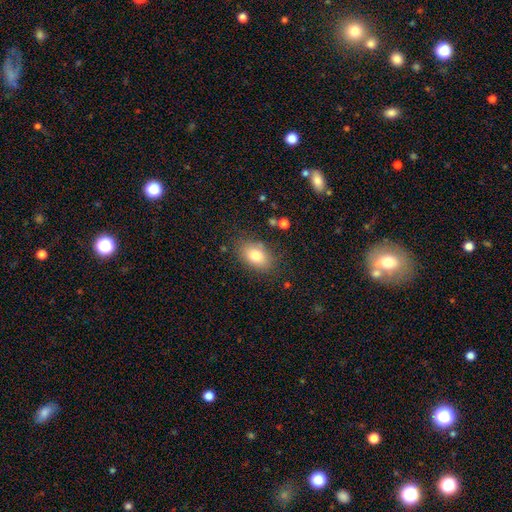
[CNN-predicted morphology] type=smooth (80%); roundness=in between (85%); merging=none (80%).